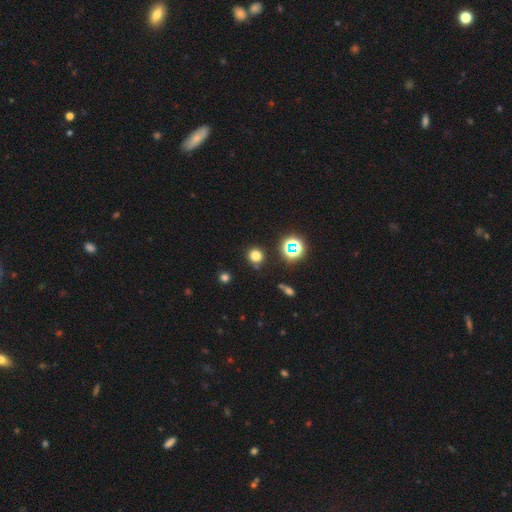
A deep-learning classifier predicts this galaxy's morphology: Smooth or featured? Predicted: smooth (p=0.73). How rounded? Predicted: round (p=0.90). Merging? Predicted: none (p=0.85).